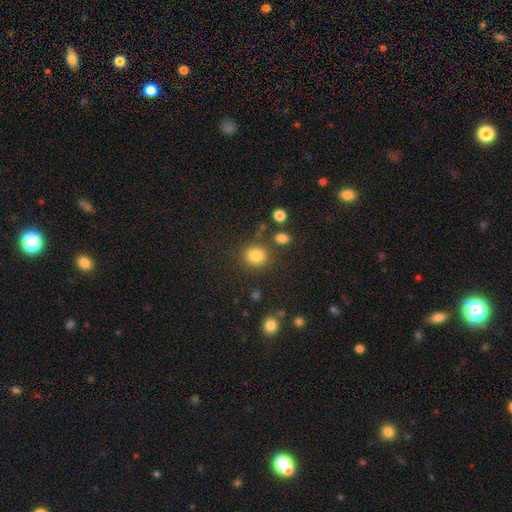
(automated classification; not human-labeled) smooth-or-featured: smooth: 84% | star or artifact: 11% | featured or disk: 5%
  how-rounded: round: 79% | in between: 20% | cigar-shaped: 1%
  merging: none: 81% | minor disturbance: 9% | merger: 6% | major disturbance: 4%